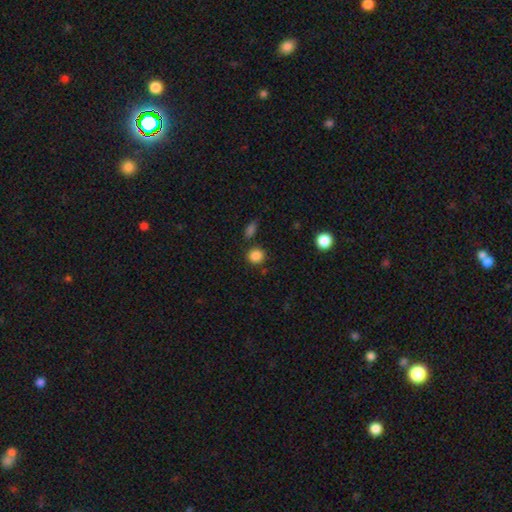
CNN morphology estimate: The model was most divided on "merging": none: 81%, minor disturbance: 10%, merger: 6%, major disturbance: 3%. More confident: smooth or featured — smooth (86%); how rounded — round (86%).